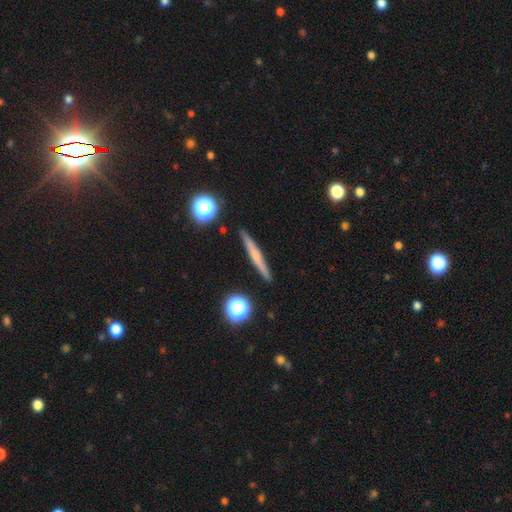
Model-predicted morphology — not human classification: type=smooth (46%); merging=none (91%).